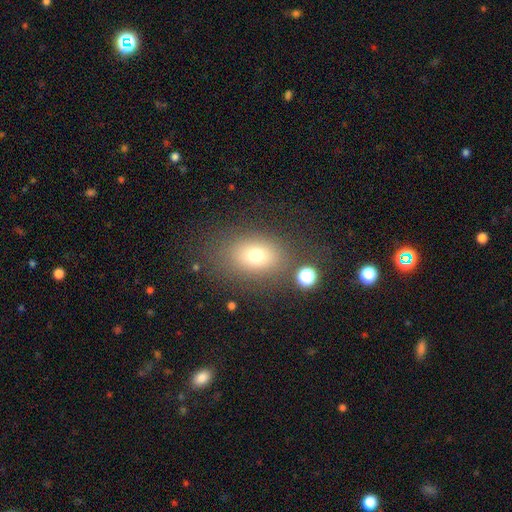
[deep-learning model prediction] A smooth galaxy with no disk features (72%) that is in between round and cigar-shaped (67%).

Vote fractions:
- Smooth or featured? smooth: 72% / star or artifact: 14% / featured or disk: 13%
- How rounded? in between: 67% / round: 31% / cigar-shaped: 1%
- Merging? none: 75% / minor disturbance: 13% / major disturbance: 7% / merger: 5%